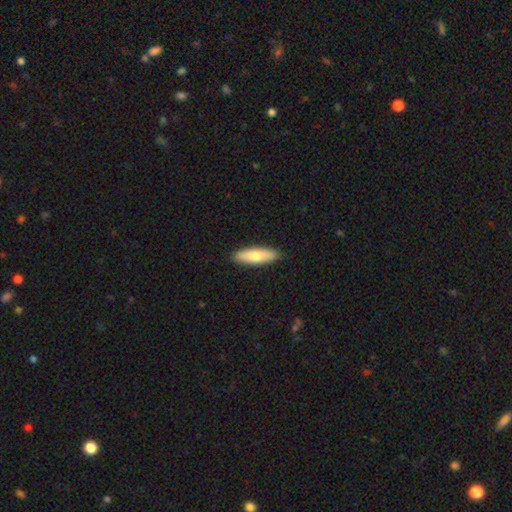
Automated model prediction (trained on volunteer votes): This appears to be a smooth galaxy with no disk features (71%) that is cigar-shaped (51%). Merging: none (89%).